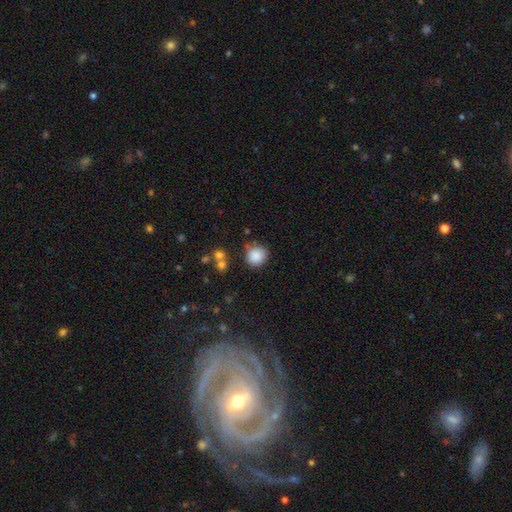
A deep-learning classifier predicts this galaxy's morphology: Q: Smooth or featured?
A: smooth (86%); runner-up: star or artifact (9%)
Q: How rounded?
A: round (88%); runner-up: in between (11%)
Q: Merging?
A: none (75%); runner-up: minor disturbance (14%)